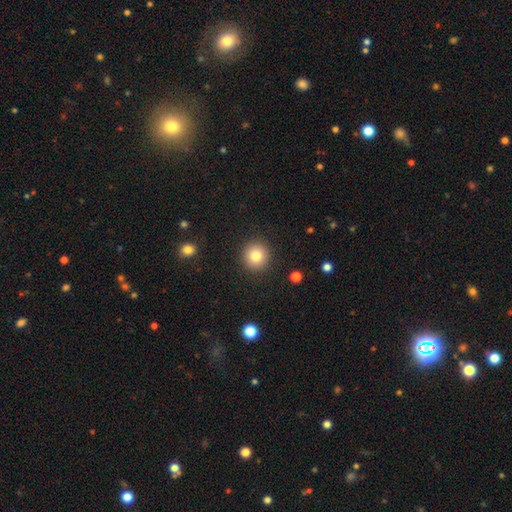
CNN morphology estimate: A smooth galaxy with no disk features (81%) that is round (94%). Merging: none (91%).